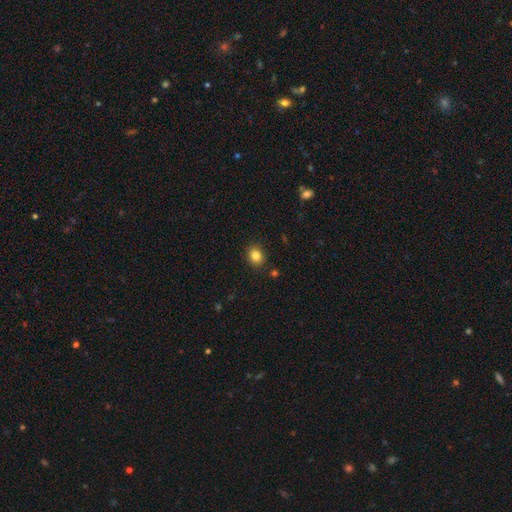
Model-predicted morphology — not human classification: A smooth galaxy with no disk features (83%) that is round (62%). Merging: none (89%).